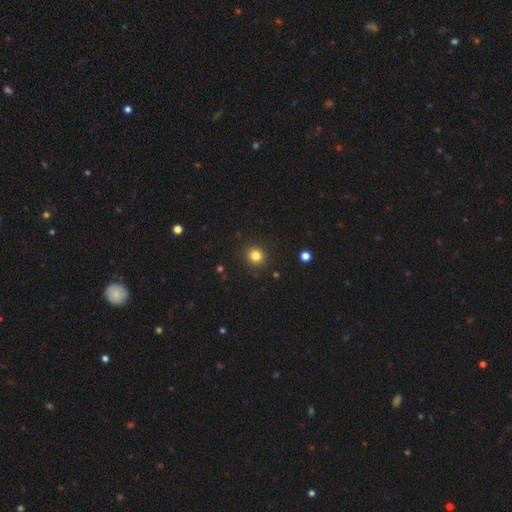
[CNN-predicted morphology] smooth_or_featured: smooth (p=0.82) [alt: star or artifact p=0.12]
how_rounded: round (p=0.91) [alt: in between p=0.08]
merging: none (p=0.91) [alt: minor disturbance p=0.06]